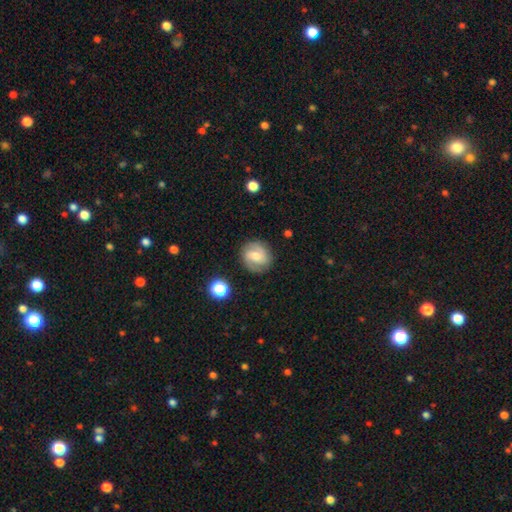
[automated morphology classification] Smooth or featured? Predicted: featured or disk (p=0.53). Edge-on disk? Predicted: no (p=0.97). Bar? Predicted: weak (p=0.49). Spiral arms? Predicted: yes (p=0.83). Bulge size? Predicted: moderate (p=0.56). Merging? Predicted: none (p=0.83).